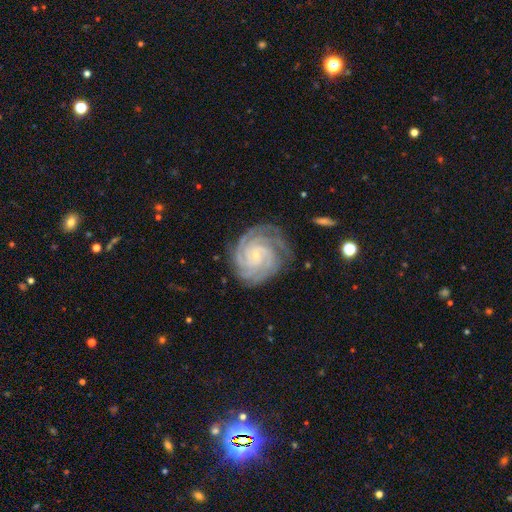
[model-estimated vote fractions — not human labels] A featured or disk galaxy (92%) with no bar (66%), 4 (36%) tight (84%) spiral arms (99%) and a small central bulge (85%).

Vote fractions:
- Smooth or featured? featured or disk: 92% / star or artifact: 4% / smooth: 3%
- Edge-on disk? no: 98% / yes: 2%
- Bar? no: 66% / weak: 25% / strong: 9%
- Spiral arms? yes: 99% / no: 1%
- Spiral winding? tight: 84% / medium: 14% / loose: 2%
- Spiral arm count? 4: 36% / 3: 23% / can't tell: 12% / more than 4: 11% / 2: 11% / 1: 7%
- Bulge size? small: 85% / moderate: 10% / none: 3% / large: 1% / dominant: 1%
- Merging? none: 77% / minor disturbance: 17% / major disturbance: 5% / merger: 2%